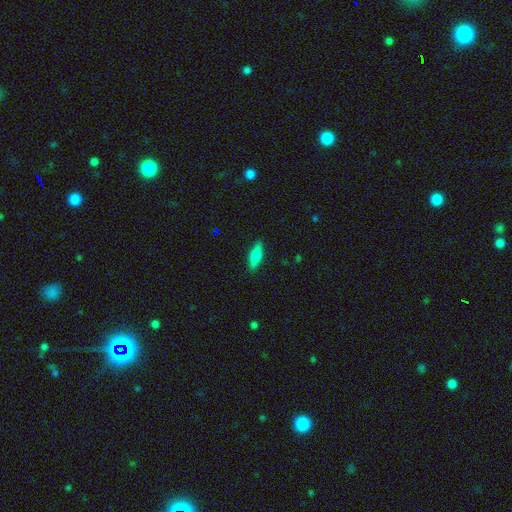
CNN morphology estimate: Overall: smooth (70%). How rounded: cigar-shaped (55%; in between 42%). Merging: none (89%).